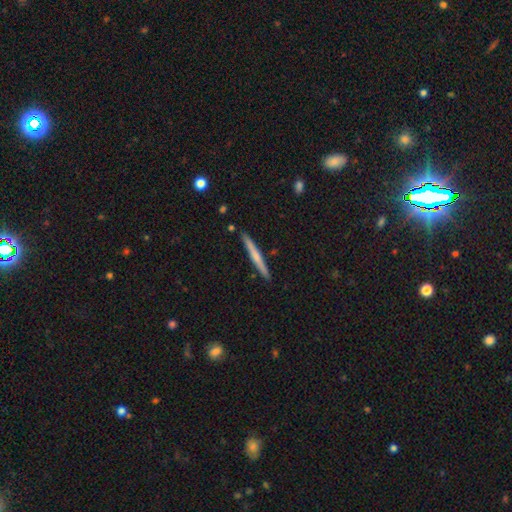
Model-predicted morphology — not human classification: This is possibly a smooth galaxy (49%). Merging: clearly none (91%).